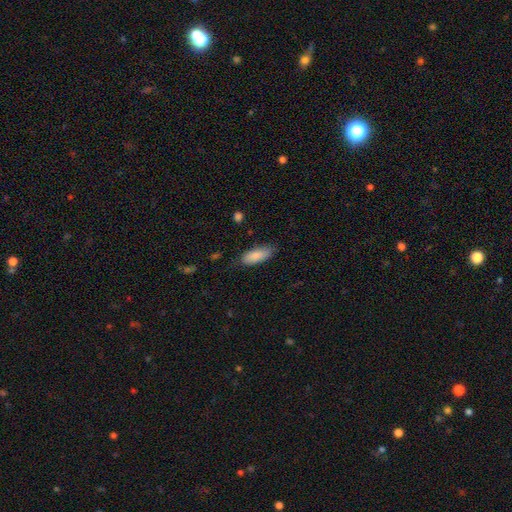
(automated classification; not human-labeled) smooth-or-featured: smooth: 87% | featured or disk: 7% | star or artifact: 6%
  how-rounded: in between: 77% | cigar-shaped: 21% | round: 2%
  merging: none: 78% | minor disturbance: 17% | major disturbance: 3% | merger: 1%